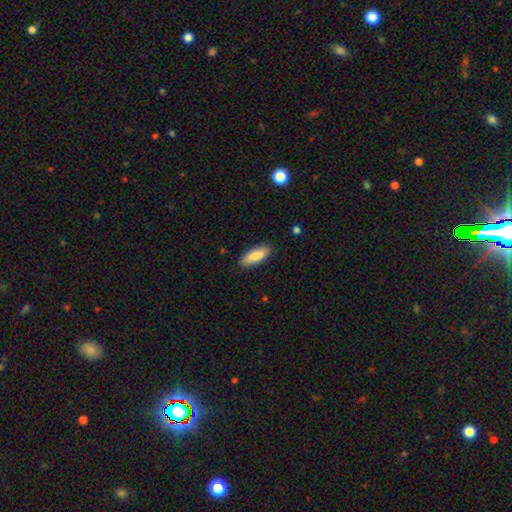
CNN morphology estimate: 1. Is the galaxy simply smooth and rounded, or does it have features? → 87% smooth, 7% featured or disk, 6% star or artifact.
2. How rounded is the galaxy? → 73% in between, 25% cigar-shaped, 2% round.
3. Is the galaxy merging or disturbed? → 87% none, 10% minor disturbance, 2% major disturbance, 1% merger.